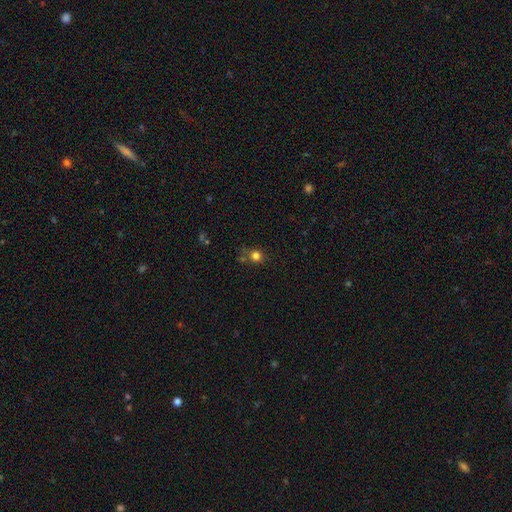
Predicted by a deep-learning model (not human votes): smooth 77%, star or artifact 16%, featured or disk 7%. Down the decision tree: how rounded — round (84%); merging — none (64%).